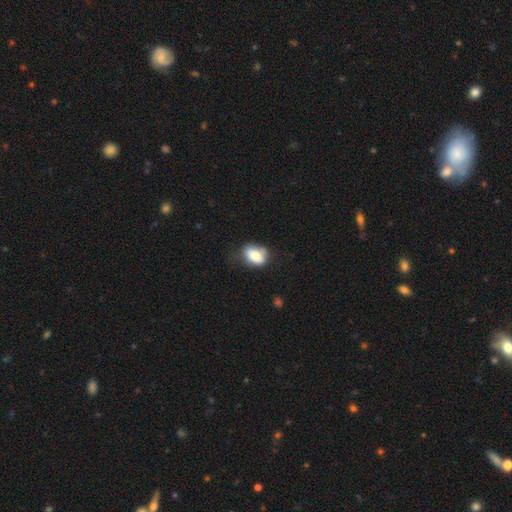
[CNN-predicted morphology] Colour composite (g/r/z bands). It shows a smooth galaxy with no disk features (73%) that is in between round and cigar-shaped (76%). Merging: none (50%).